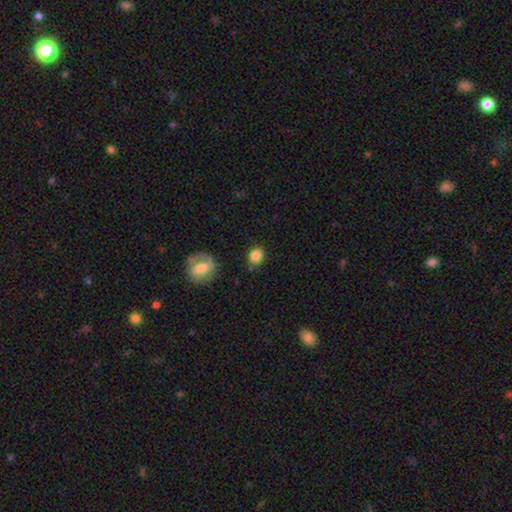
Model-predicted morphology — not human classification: This is clearly a smooth galaxy (82%). How rounded: clearly round (83%). Merging: likely none (70%).